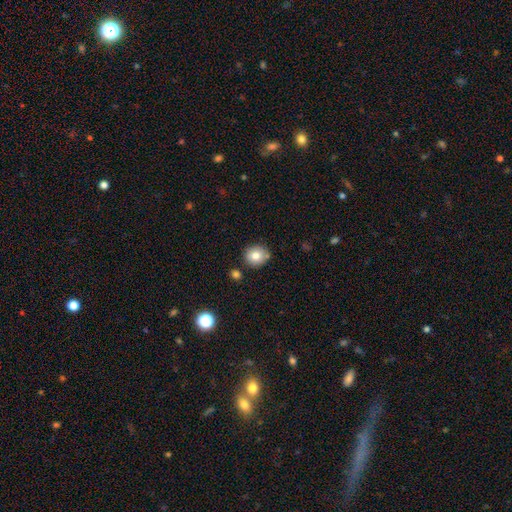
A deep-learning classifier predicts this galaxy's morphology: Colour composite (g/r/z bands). It shows a smooth galaxy with no disk features (81%) that is round (85%). Merging: none (82%).